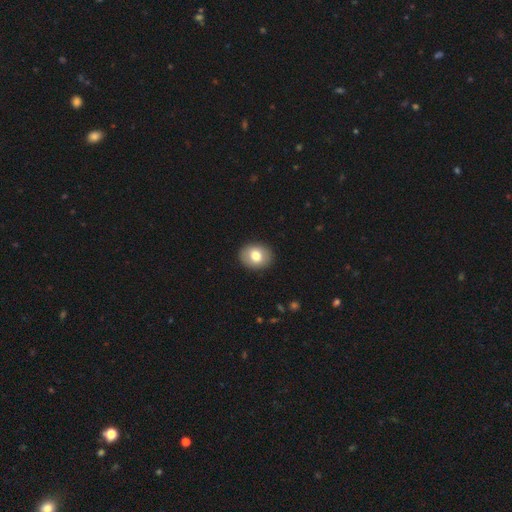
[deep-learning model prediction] A smooth galaxy with no disk features (77%) that is round (53%). Merging: none (91%).